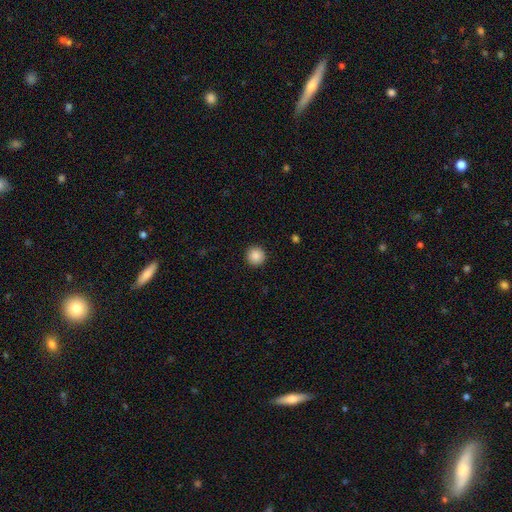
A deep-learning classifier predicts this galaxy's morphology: Q: Smooth or featured?
A: smooth (88%); runner-up: star or artifact (9%)
Q: How rounded?
A: round (96%); runner-up: in between (3%)
Q: Merging?
A: none (93%); runner-up: minor disturbance (4%)